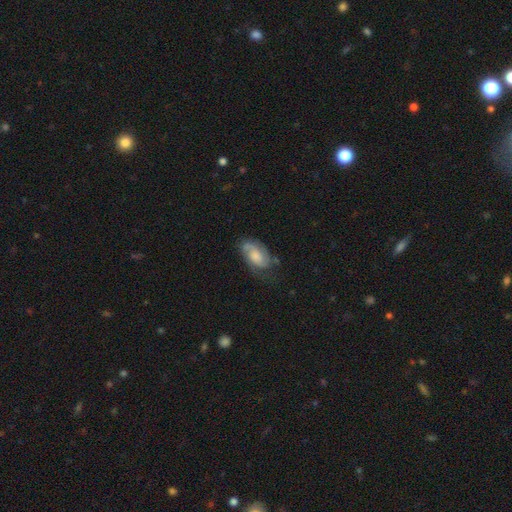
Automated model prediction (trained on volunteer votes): Q: Smooth or featured?
A: featured or disk (65%); runner-up: smooth (28%)
Q: Edge-on disk?
A: no (95%); runner-up: yes (5%)
Q: Bar?
A: no (67%); runner-up: weak (28%)
Q: Spiral arms?
A: yes (91%); runner-up: no (9%)
Q: Spiral winding?
A: tight (43%); runner-up: medium (41%)
Q: Spiral arm count?
A: 2 (66%); runner-up: can't tell (18%)
Q: Bulge size?
A: moderate (36%); runner-up: small (33%)
Q: Merging?
A: none (62%); runner-up: minor disturbance (25%)